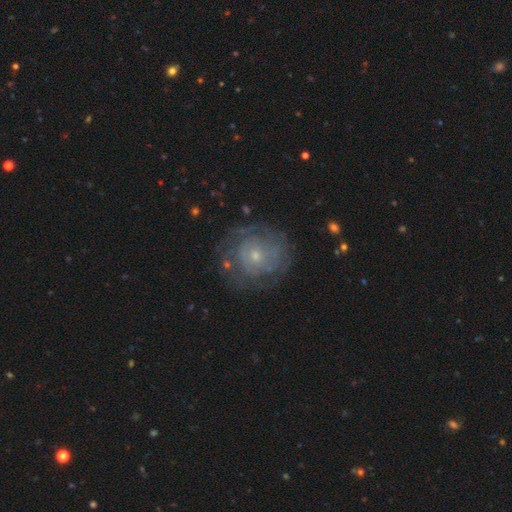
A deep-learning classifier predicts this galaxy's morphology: A featured or disk galaxy (69%) with no bar (81%), tight (70%) spiral arms (78%) and a small central bulge (70%).

Vote fractions:
- Smooth or featured? featured or disk: 69% / smooth: 23% / star or artifact: 9%
- Edge-on disk? no: 97% / yes: 3%
- Bar? no: 81% / weak: 16% / strong: 3%
- Spiral arms? yes: 78% / no: 22%
- Spiral winding? tight: 70% / medium: 22% / loose: 8%
- Spiral arm count? can't tell: 55% / 2: 19% / 3: 10% / 4: 6% / 1: 5% / more than 4: 5%
- Bulge size? small: 70% / moderate: 25% / none: 2% / large: 2% / dominant: 1%
- Merging? none: 73% / minor disturbance: 16% / major disturbance: 9% / merger: 2%